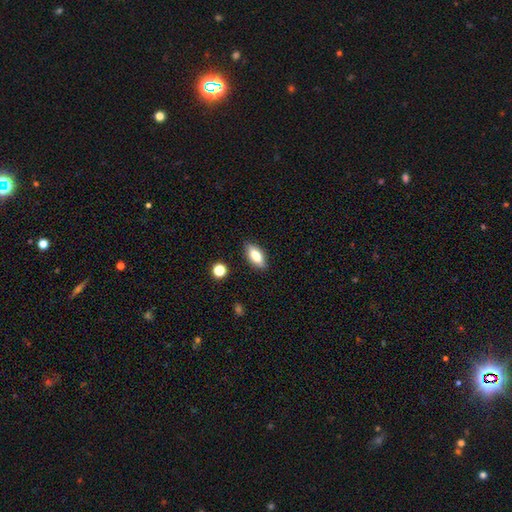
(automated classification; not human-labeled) smooth 75%, featured or disk 17%, star or artifact 8%. Down the decision tree: how rounded — in between (78%); merging — none (86%).